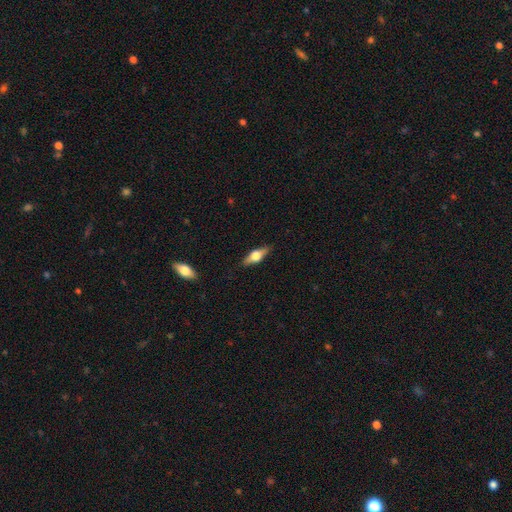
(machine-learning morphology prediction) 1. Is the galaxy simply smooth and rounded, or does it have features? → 56% featured or disk, 37% smooth, 7% star or artifact.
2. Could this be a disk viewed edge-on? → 93% yes, 7% no.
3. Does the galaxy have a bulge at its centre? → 94% rounded, 5% boxy, 1% none.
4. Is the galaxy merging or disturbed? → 86% none, 10% minor disturbance, 2% major disturbance, 1% merger.